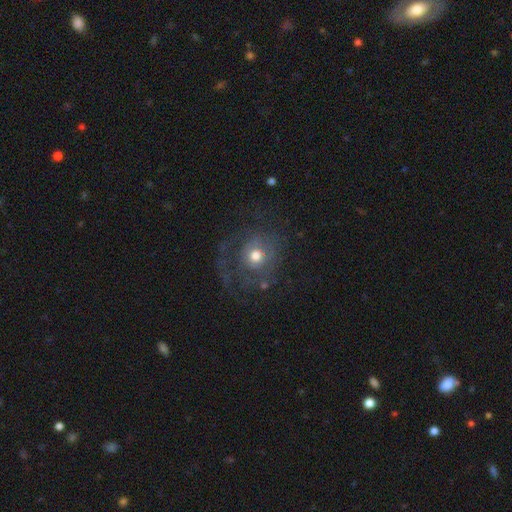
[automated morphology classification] This is possibly a featured or disk galaxy (53%). It is clearly not viewed edge-on (96%). Bar: clearly no (86%). Spiral arm pattern: possibly yes (57%). Central bulge: likely moderate (70%). Merging: possibly none (48%).